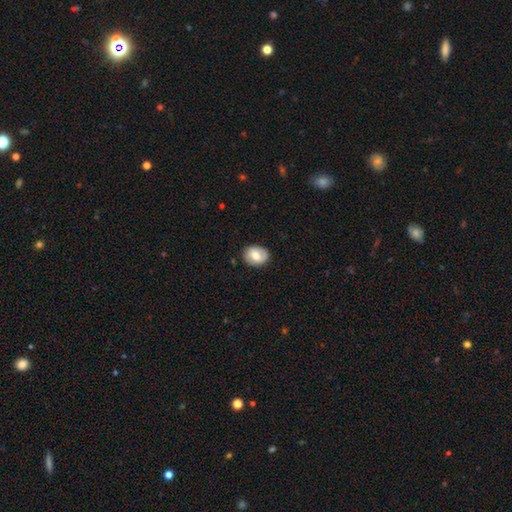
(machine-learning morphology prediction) Overall: smooth (61%; featured or disk 32%). How rounded: round (51%; in between 48%). Merging: none (82%).